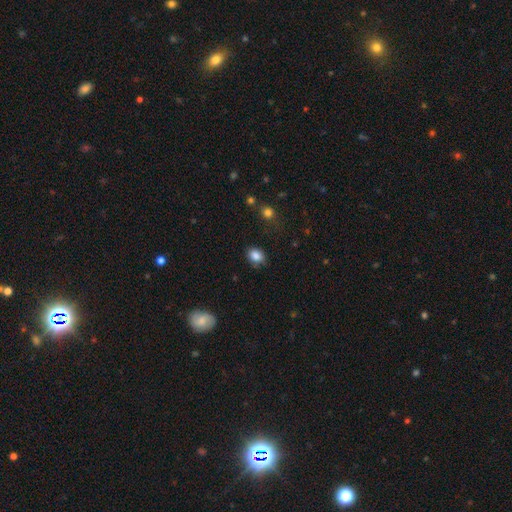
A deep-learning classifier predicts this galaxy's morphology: A smooth galaxy with no disk features (86%) that is in between round and cigar-shaped (57%).

Vote fractions:
- Smooth or featured? smooth: 86% / star or artifact: 9% / featured or disk: 5%
- How rounded? in between: 57% / round: 42% / cigar-shaped: 1%
- Merging? none: 78% / minor disturbance: 16% / major disturbance: 4% / merger: 2%